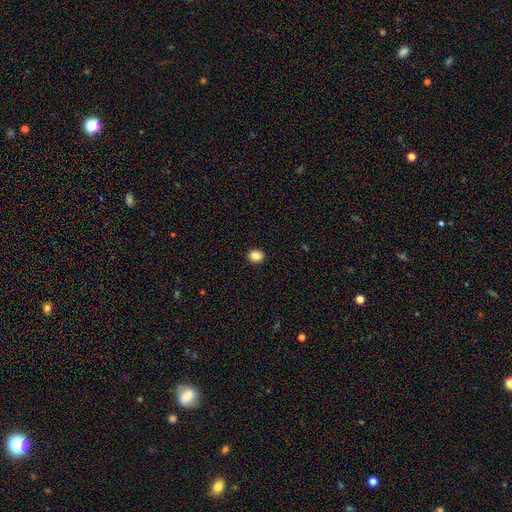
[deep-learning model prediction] This is clearly a smooth galaxy (84%). How rounded: likely round (62%). Merging: clearly none (92%).